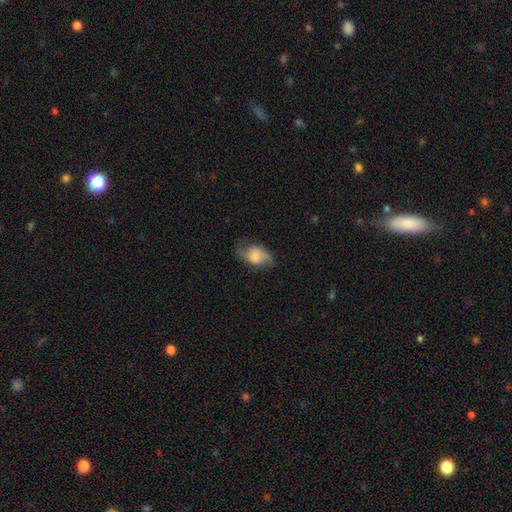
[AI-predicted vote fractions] This appears to be a smooth galaxy with no disk features (50%) that is in between round and cigar-shaped (84%). Merging: none (60%).